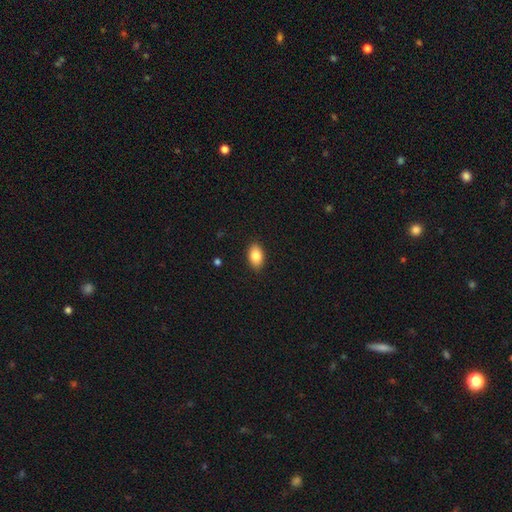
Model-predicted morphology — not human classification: Overall: smooth (84%). How rounded: in between (90%). Merging: none (89%).